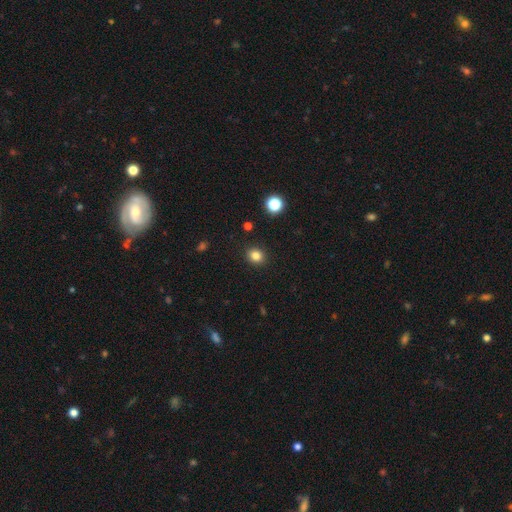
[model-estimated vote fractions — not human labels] smooth 83%, star or artifact 12%, featured or disk 5%. Down the decision tree: how rounded — round (71%); merging — none (91%).